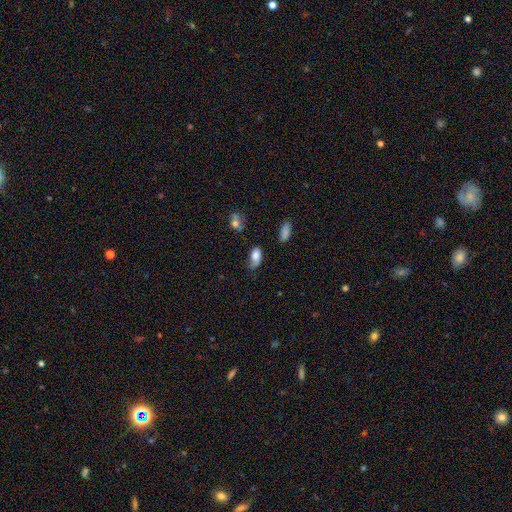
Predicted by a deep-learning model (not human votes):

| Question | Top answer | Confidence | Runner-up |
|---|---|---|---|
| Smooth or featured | smooth | 74% | featured or disk (17%) |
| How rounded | in between | 90% | round (7%) |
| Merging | none | 43% | minor disturbance (36%) |